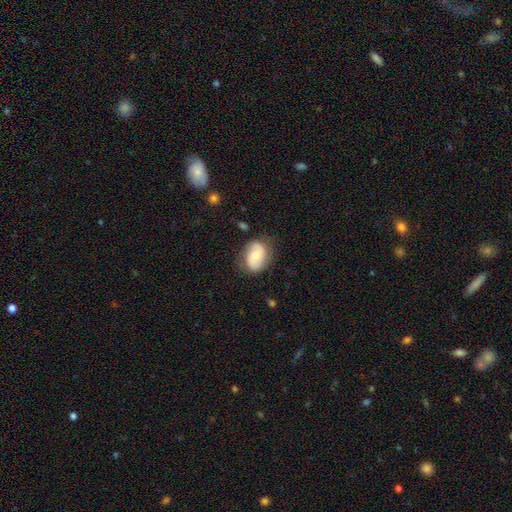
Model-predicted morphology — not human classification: featured or disk 52%, smooth 41%, star or artifact 7%. Down the decision tree: edge-on disk — no (97%); bar — no (62%); spiral arms — yes (84%); bulge size — moderate (60%); merging — none (74%).